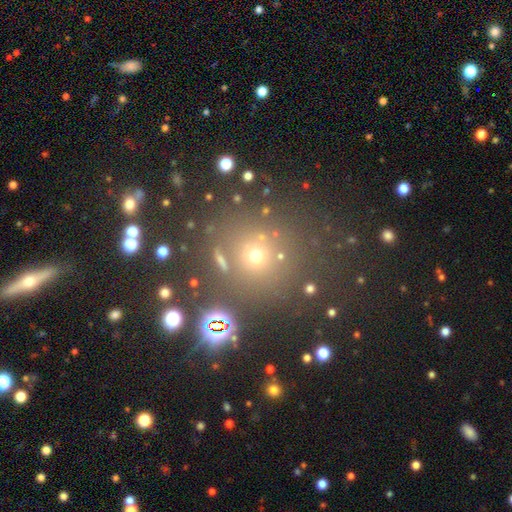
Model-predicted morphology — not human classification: smooth_or_featured: smooth (p=0.50) [alt: star or artifact p=0.40]
merging: none (p=0.76) [alt: minor disturbance p=0.10]